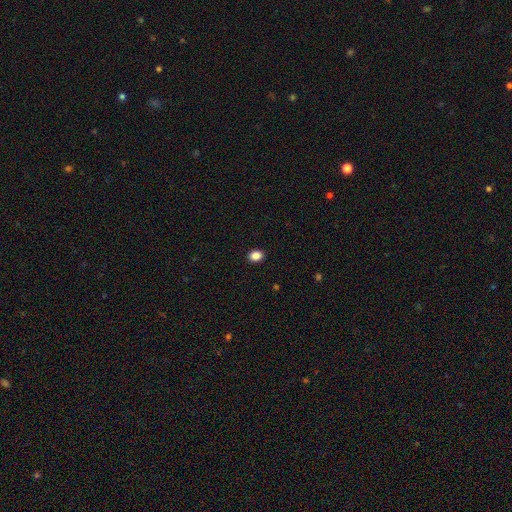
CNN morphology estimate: Smooth or featured? smooth (87%)
How rounded? in between (58%)
Merging? none (91%)